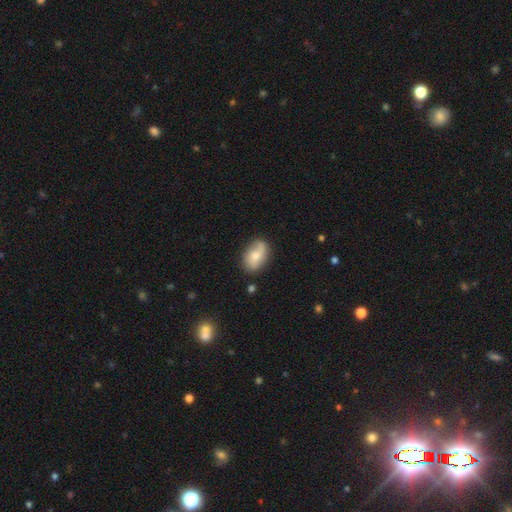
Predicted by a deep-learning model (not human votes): Smooth or featured: smooth — 50% (featured or disk — 42%)
How rounded: in between — 84% (round — 14%)
Merging: none — 70% (minor disturbance — 21%)